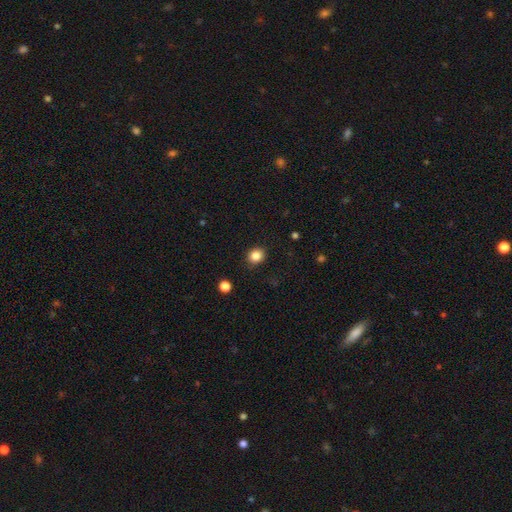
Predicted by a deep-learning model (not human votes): A smooth galaxy with no disk features (85%) that is round (77%). Merging: none (88%).